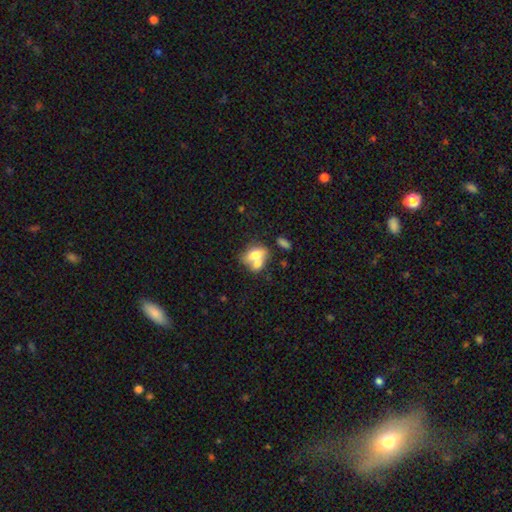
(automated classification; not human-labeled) Q: Smooth or featured?
A: smooth (68%); runner-up: featured or disk (24%)
Q: How rounded?
A: in between (77%); runner-up: round (20%)
Q: Merging?
A: merger (57%); runner-up: none (27%)